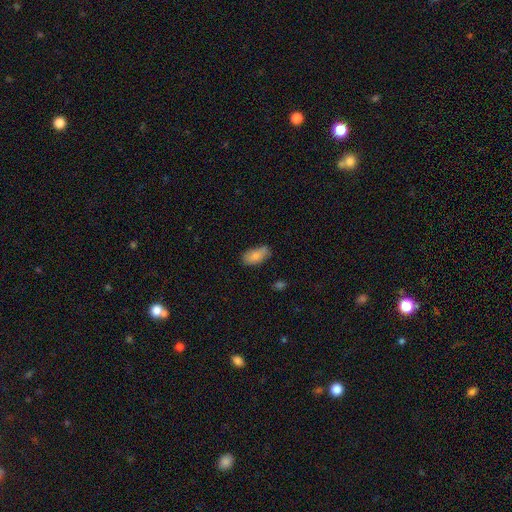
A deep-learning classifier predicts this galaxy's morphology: Smooth or featured?
  - smooth: 84% *
  - featured or disk: 9%
  - star or artifact: 7%
How rounded?
  - in between: 92% *
  - cigar-shaped: 5%
  - round: 3%
Merging?
  - none: 69% *
  - minor disturbance: 24%
  - major disturbance: 5%
  - merger: 2%